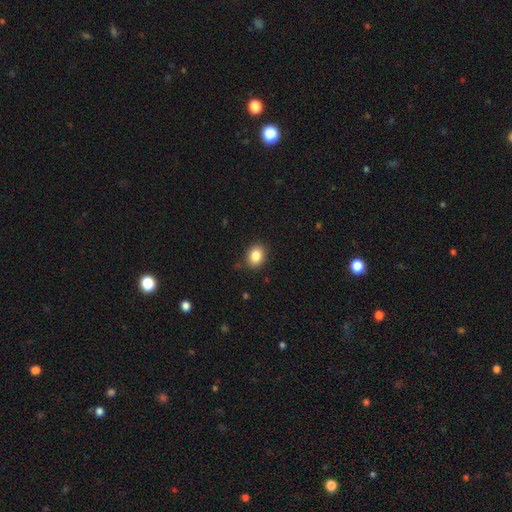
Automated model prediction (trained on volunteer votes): Q: Smooth or featured?
A: smooth (86%); runner-up: star or artifact (9%)
Q: How rounded?
A: in between (56%); runner-up: round (44%)
Q: Merging?
A: none (87%); runner-up: minor disturbance (10%)